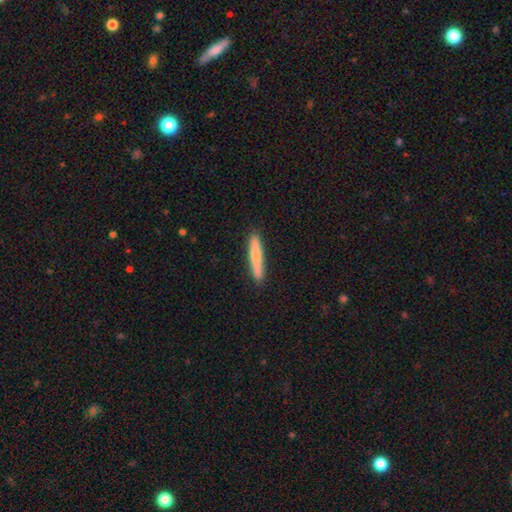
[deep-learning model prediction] Smooth or featured? smooth (74%)
How rounded? cigar-shaped (94%)
Merging? none (89%)